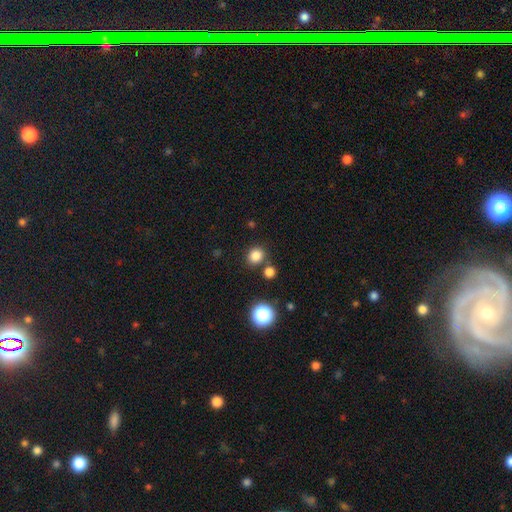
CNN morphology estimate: Smooth or featured? smooth (82%)
How rounded? round (80%)
Merging? none (77%)